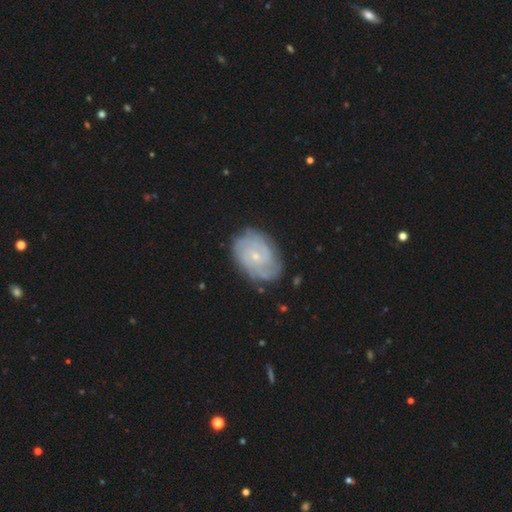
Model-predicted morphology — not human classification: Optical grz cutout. It shows a featured or disk galaxy (79%) with no bar (66%), tight (65%) spiral arms (93%) and a small central bulge (77%). Merging: none (77%).